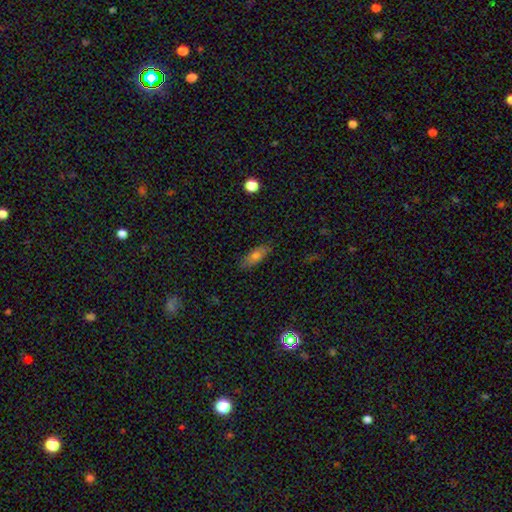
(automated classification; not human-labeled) A smooth galaxy with no disk features (70%) that is in between round and cigar-shaped (70%). Merging: none (84%).